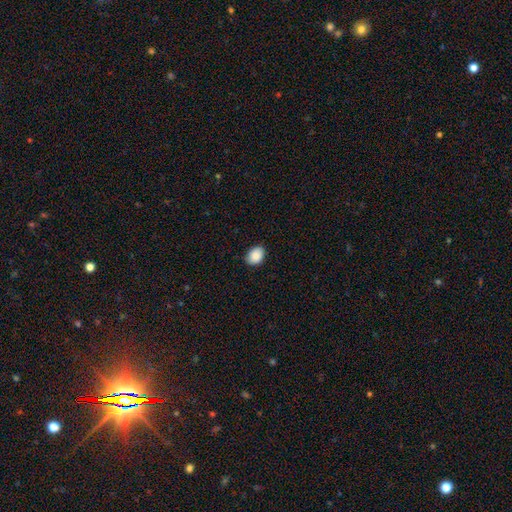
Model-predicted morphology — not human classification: Smooth or featured: smooth — 89% (star or artifact — 7%)
How rounded: in between — 72% (round — 27%)
Merging: none — 86% (minor disturbance — 11%)